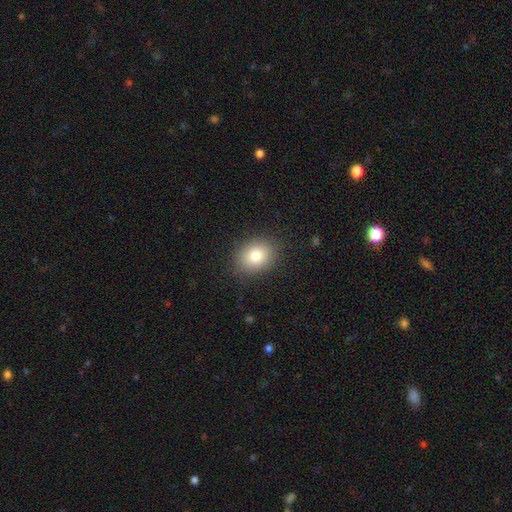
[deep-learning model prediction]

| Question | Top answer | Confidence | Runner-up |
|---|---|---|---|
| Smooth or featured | smooth | 81% | star or artifact (10%) |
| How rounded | in between | 50% | round (49%) |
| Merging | none | 87% | minor disturbance (9%) |